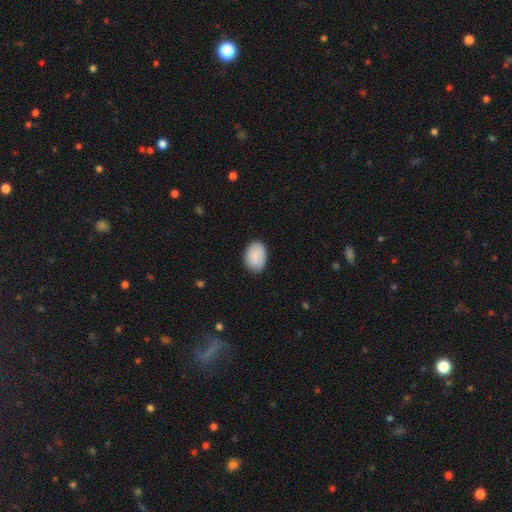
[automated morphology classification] This is clearly a smooth galaxy (87%). How rounded: clearly in between (82%). Merging: clearly none (82%).